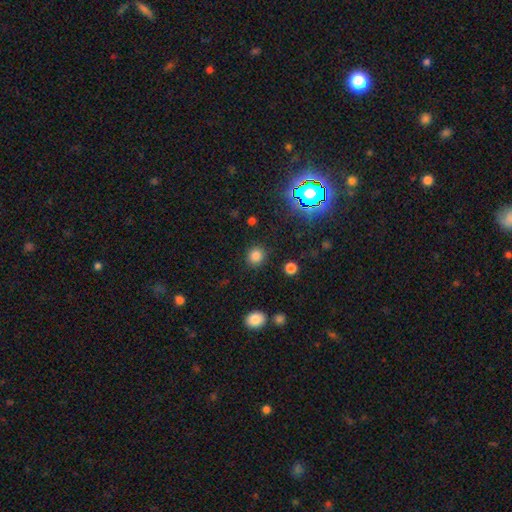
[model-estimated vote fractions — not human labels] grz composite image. It shows a smooth galaxy with no disk features (80%) that is round (87%). Merging: none (88%).